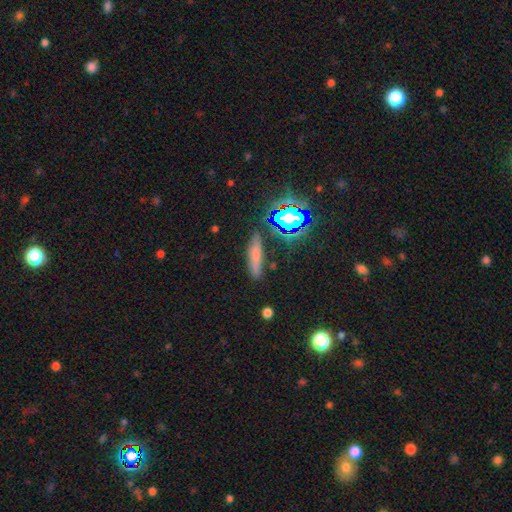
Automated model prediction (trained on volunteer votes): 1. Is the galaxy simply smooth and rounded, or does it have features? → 64% smooth, 19% star or artifact, 17% featured or disk.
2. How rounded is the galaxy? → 78% cigar-shaped, 18% in between, 4% round.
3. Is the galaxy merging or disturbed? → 82% none, 12% minor disturbance, 3% major disturbance, 3% merger.